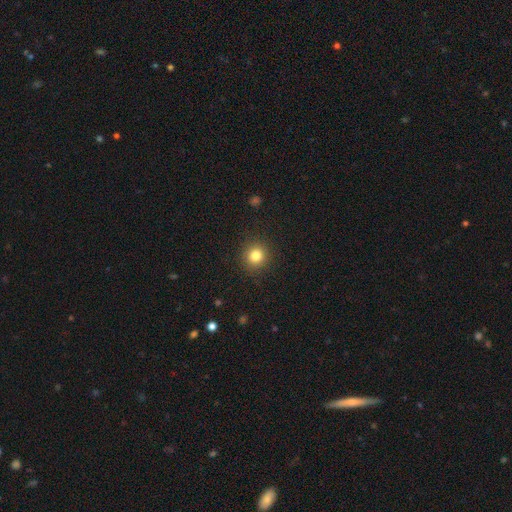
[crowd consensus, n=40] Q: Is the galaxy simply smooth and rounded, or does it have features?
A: smooth — 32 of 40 (80%).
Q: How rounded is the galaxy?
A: round — 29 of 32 (91%).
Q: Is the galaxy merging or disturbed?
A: none — 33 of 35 (94%).